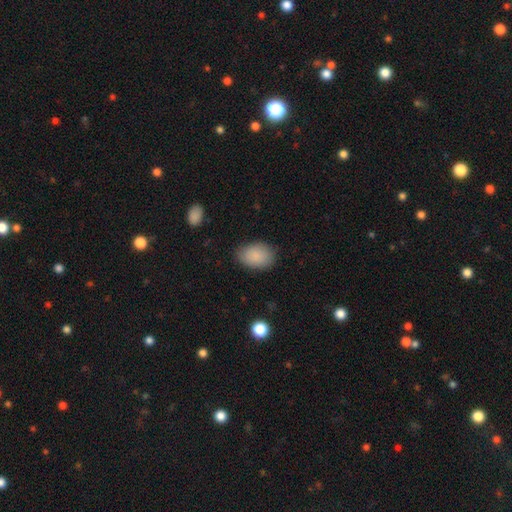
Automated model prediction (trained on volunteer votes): smooth 87%, star or artifact 7%, featured or disk 6%. Down the decision tree: how rounded — in between (83%); merging — none (82%).